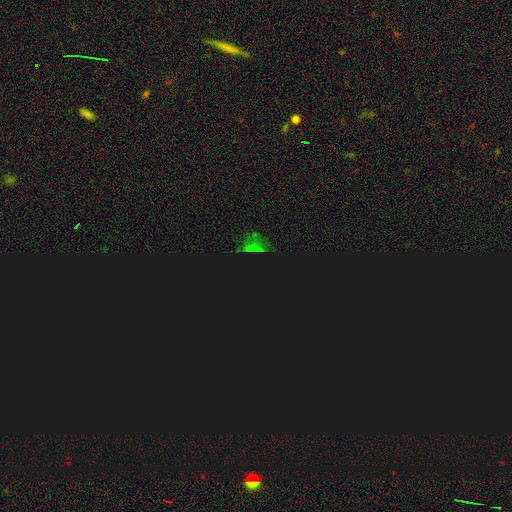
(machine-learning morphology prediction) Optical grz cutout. It shows a star or artifact, not a galaxy (77%).